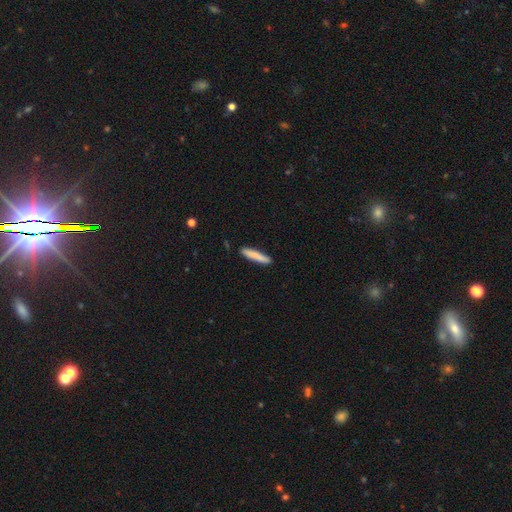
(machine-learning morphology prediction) Q: Smooth or featured?
A: smooth (83%); runner-up: featured or disk (11%)
Q: How rounded?
A: cigar-shaped (91%); runner-up: in between (8%)
Q: Merging?
A: none (87%); runner-up: minor disturbance (10%)